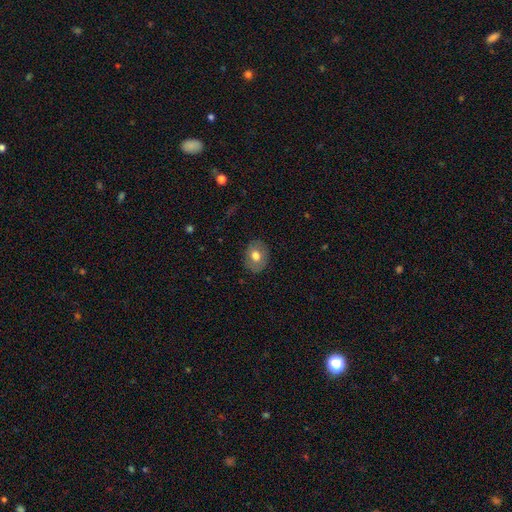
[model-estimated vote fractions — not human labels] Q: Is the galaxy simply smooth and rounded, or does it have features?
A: smooth — 70%.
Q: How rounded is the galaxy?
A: round — 51%.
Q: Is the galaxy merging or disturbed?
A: none — 85%.